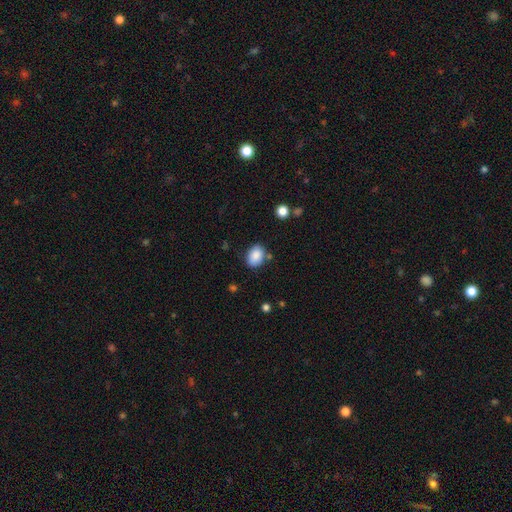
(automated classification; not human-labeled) smooth-or-featured: smooth: 87% | star or artifact: 8% | featured or disk: 5%
  how-rounded: in between: 76% | round: 23% | cigar-shaped: 1%
  merging: none: 78% | minor disturbance: 14% | merger: 5% | major disturbance: 3%